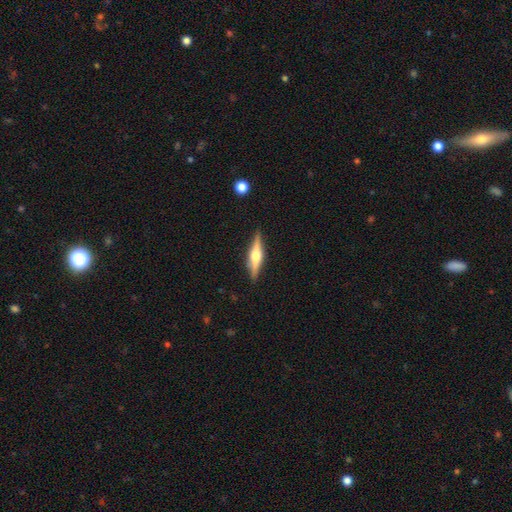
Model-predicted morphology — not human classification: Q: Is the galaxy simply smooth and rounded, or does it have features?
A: featured or disk — 71%.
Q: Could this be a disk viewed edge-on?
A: yes — 97%.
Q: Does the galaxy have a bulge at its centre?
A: rounded — 91%.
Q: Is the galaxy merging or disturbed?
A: none — 89%.